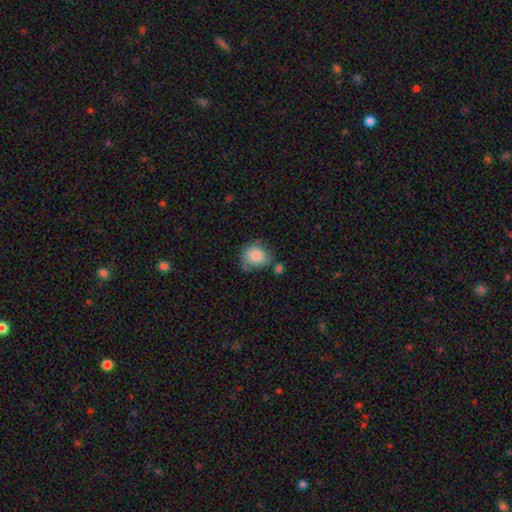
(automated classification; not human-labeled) Morphology: type=smooth (82%); roundness=round (67%); merging=none (49%).